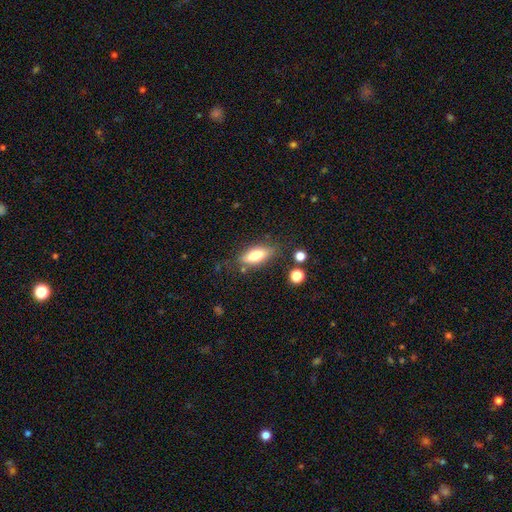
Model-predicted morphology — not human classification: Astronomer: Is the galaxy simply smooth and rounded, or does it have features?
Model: smooth — 67%.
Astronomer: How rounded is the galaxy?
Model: in between — 72%.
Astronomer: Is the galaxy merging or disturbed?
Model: none — 75%.